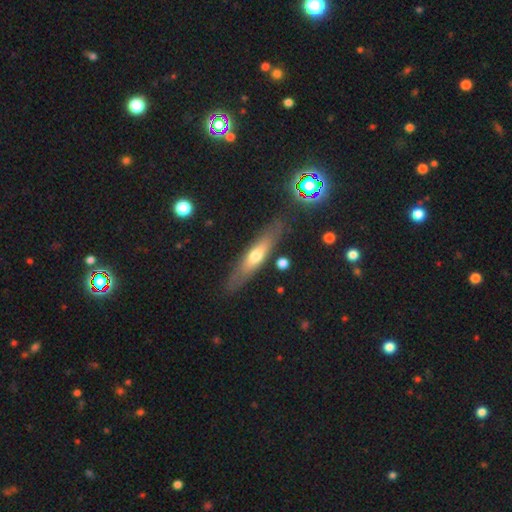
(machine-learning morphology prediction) A smooth galaxy with no disk features (48%). Merging: none (82%).